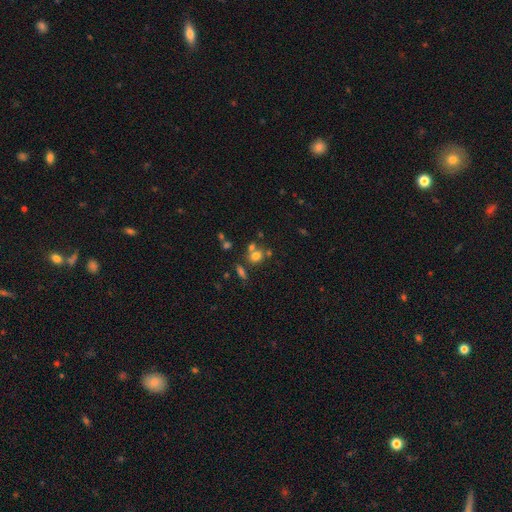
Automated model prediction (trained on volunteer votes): A smooth galaxy with no disk features (68%) that is round (68%).

Vote fractions:
- Smooth or featured? smooth: 68% / star or artifact: 19% / featured or disk: 13%
- How rounded? round: 68% / in between: 30% / cigar-shaped: 2%
- Merging? none: 54% / merger: 29% / minor disturbance: 11% / major disturbance: 6%